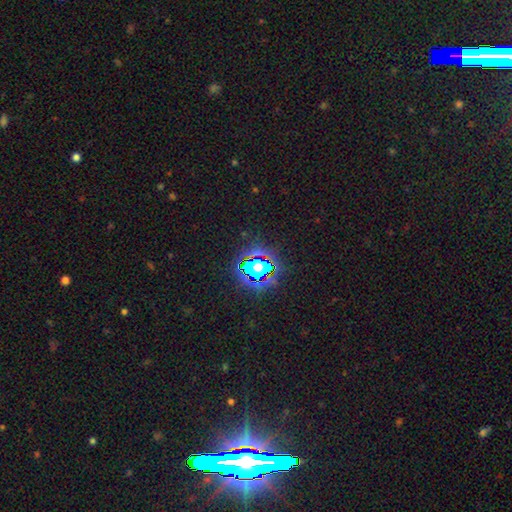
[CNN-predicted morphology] smooth-or-featured: star or artifact: 82% | smooth: 11% | featured or disk: 7%